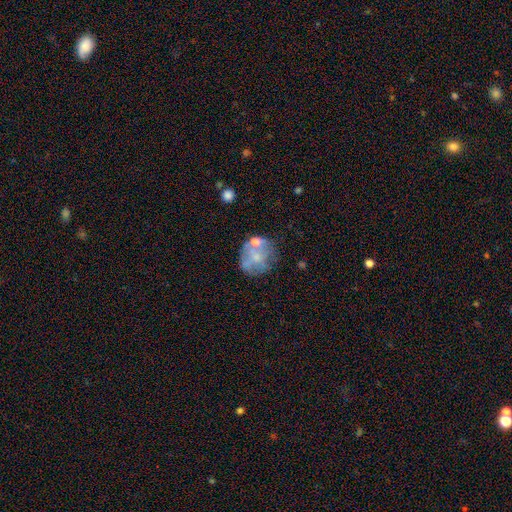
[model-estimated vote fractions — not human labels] Overall: featured or disk (45%, tied with smooth). Merging: none (50%; minor disturbance 21%).